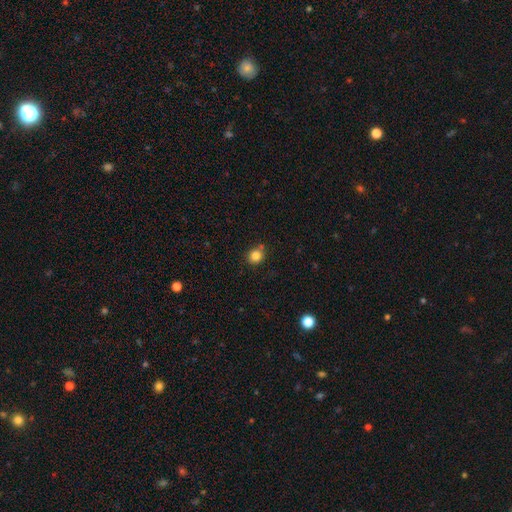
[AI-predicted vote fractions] Smooth or featured?
  - smooth: 83% *
  - star or artifact: 11%
  - featured or disk: 6%
How rounded?
  - round: 78% *
  - in between: 22%
  - cigar-shaped: 1%
Merging?
  - none: 73% *
  - minor disturbance: 14%
  - merger: 9%
  - major disturbance: 3%